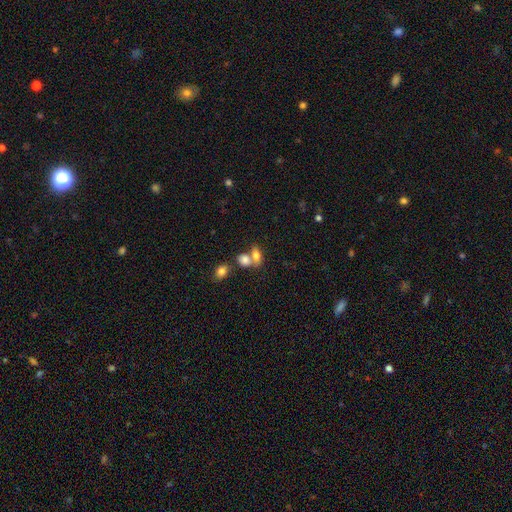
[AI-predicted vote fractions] The model was most divided on "merging": merger: 53%, none: 33%, minor disturbance: 9%, major disturbance: 4%. More confident: how rounded — in between (80%); smooth or featured — smooth (76%).